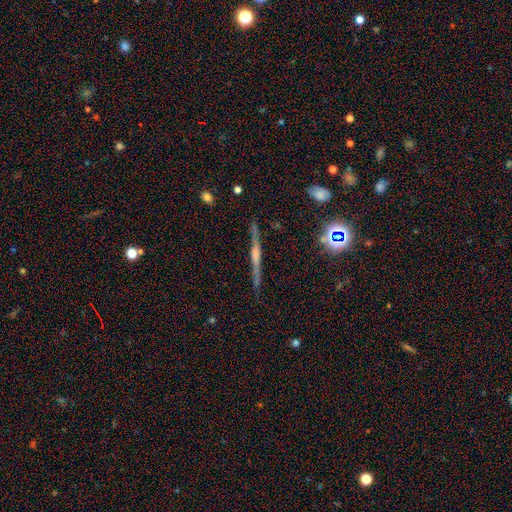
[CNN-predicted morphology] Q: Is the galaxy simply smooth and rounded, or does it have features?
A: featured or disk — 66%.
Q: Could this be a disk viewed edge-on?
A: yes — 97%.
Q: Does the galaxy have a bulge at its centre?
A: rounded — 40%.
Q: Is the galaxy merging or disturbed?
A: none — 86%.